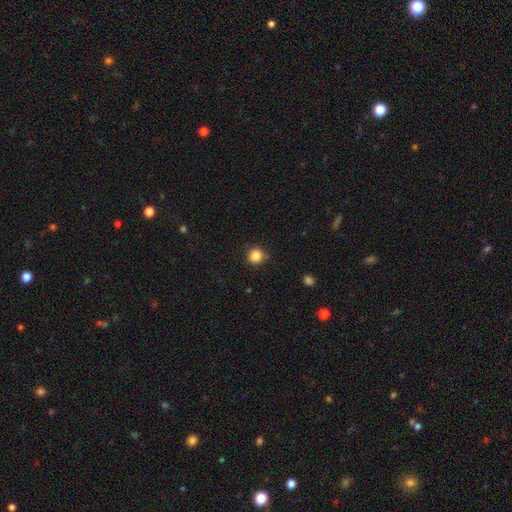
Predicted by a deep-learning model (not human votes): Smooth or featured? smooth (86%)
How rounded? round (91%)
Merging? none (84%)